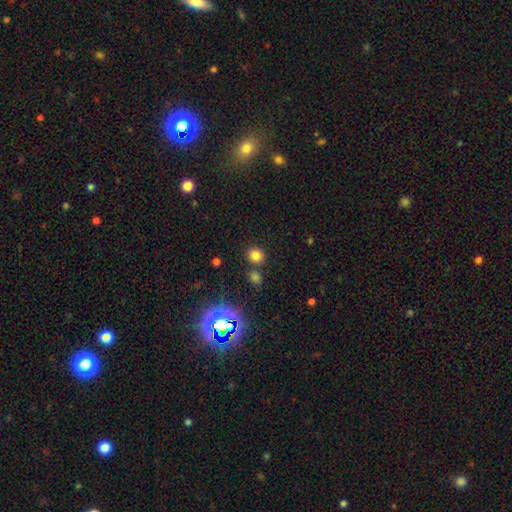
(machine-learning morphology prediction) Smooth or featured?
  - smooth: 75% *
  - star or artifact: 20%
  - featured or disk: 6%
How rounded?
  - round: 80% *
  - in between: 19%
  - cigar-shaped: 1%
Merging?
  - none: 79% *
  - merger: 10%
  - minor disturbance: 8%
  - major disturbance: 3%